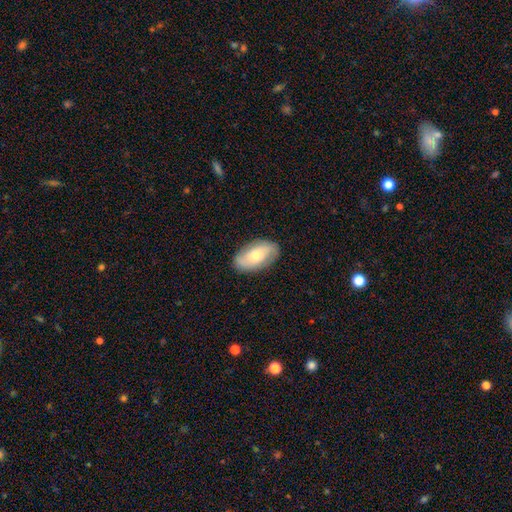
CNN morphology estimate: A smooth galaxy with no disk features (54%) that is in between round and cigar-shaped (93%).

Vote fractions:
- Smooth or featured? smooth: 54% / featured or disk: 40% / star or artifact: 6%
- How rounded? in between: 93% / round: 4% / cigar-shaped: 3%
- Merging? none: 84% / minor disturbance: 12% / major disturbance: 3% / merger: 1%